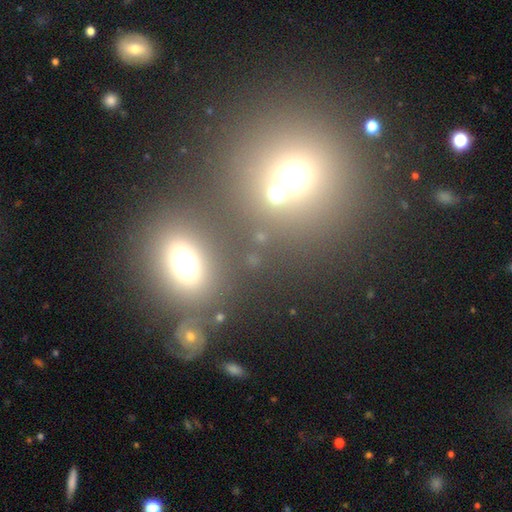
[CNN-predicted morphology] This is possibly a smooth galaxy (52%). How rounded: likely round (70%). Merging: likely none (69%).